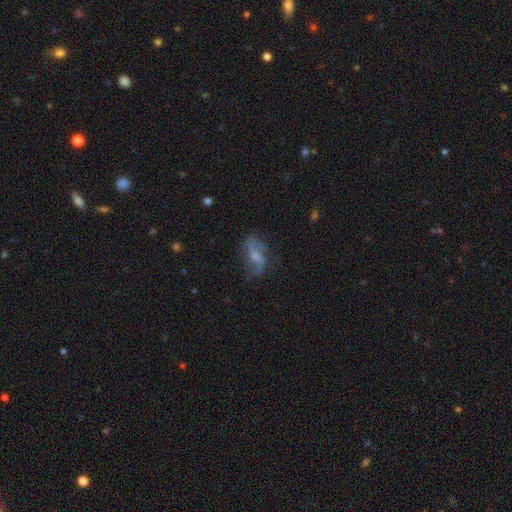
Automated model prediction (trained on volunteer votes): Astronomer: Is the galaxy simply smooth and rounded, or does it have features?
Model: featured or disk — 58%.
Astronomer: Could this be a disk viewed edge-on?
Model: no — 93%.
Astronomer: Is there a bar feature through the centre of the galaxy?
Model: weak — 43%, tied with no at 43%.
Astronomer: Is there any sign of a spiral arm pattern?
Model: yes — 80%.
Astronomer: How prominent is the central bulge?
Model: moderate — 37% (runner-up: small, 31%).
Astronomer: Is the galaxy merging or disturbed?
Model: none — 59%.